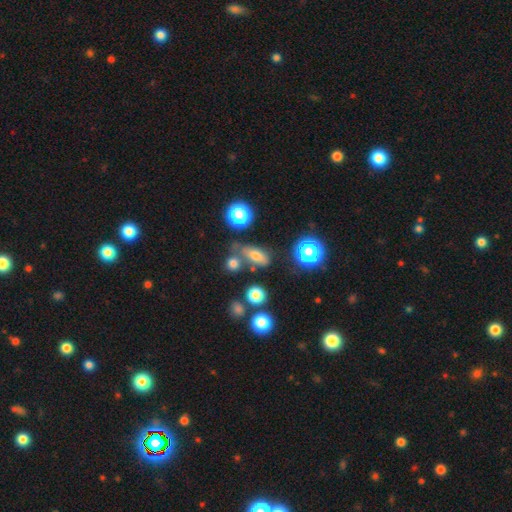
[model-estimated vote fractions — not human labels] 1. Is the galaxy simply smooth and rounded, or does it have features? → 67% smooth, 17% star or artifact, 16% featured or disk.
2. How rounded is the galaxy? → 70% in between, 17% cigar-shaped, 14% round.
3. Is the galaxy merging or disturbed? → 59% none, 18% minor disturbance, 16% merger, 7% major disturbance.